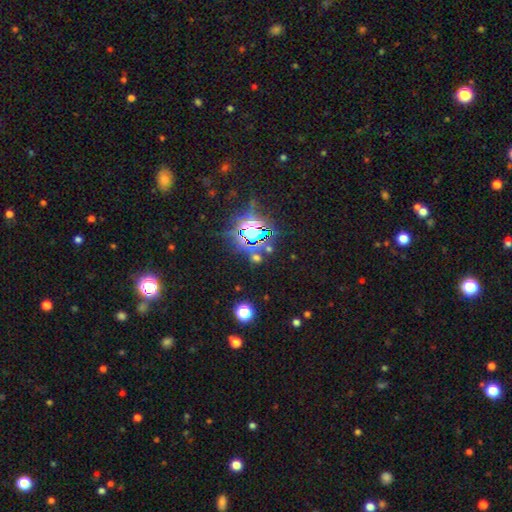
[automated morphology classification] star or artifact 80%, smooth 12%, featured or disk 8%.